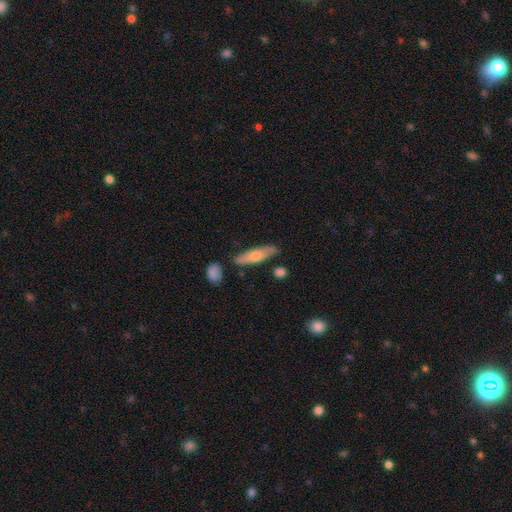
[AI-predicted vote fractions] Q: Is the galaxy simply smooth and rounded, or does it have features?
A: smooth — 61%.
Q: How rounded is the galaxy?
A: cigar-shaped — 64%.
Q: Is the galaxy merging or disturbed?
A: none — 75%.